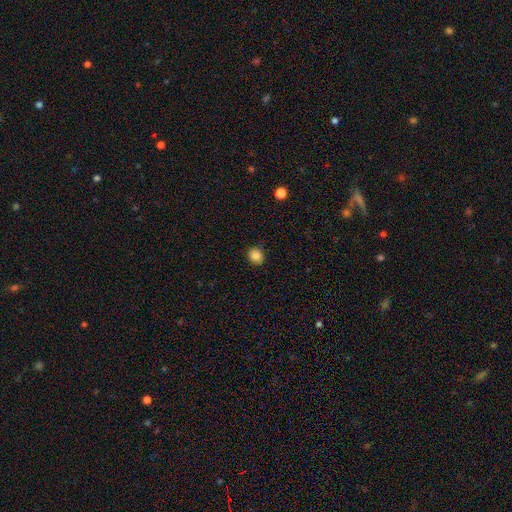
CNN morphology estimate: Smooth or featured: smooth — 84% (star or artifact — 10%)
How rounded: round — 80% (in between — 19%)
Merging: none — 89% (minor disturbance — 8%)